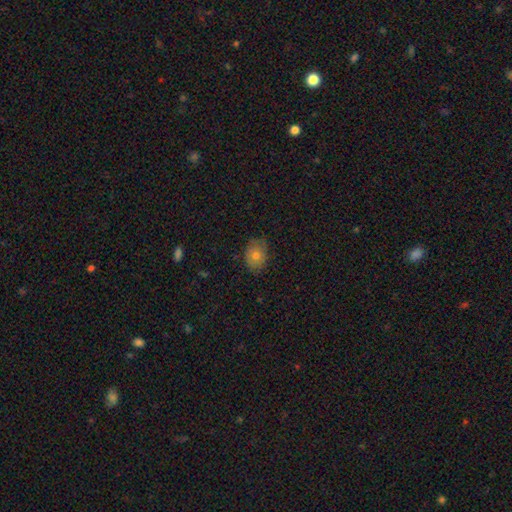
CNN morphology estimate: smooth-or-featured: smooth: 73% | featured or disk: 17% | star or artifact: 10%
  how-rounded: in between: 67% | round: 32% | cigar-shaped: 1%
  merging: none: 77% | minor disturbance: 19% | major disturbance: 3% | merger: 1%